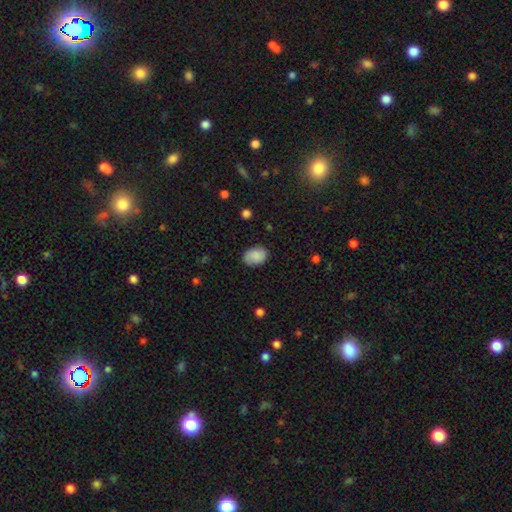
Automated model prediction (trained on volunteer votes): Smooth or featured?
  - smooth: 84% *
  - featured or disk: 8%
  - star or artifact: 8%
How rounded?
  - in between: 76% *
  - round: 23%
  - cigar-shaped: 1%
Merging?
  - none: 82% *
  - minor disturbance: 14%
  - major disturbance: 3%
  - merger: 1%